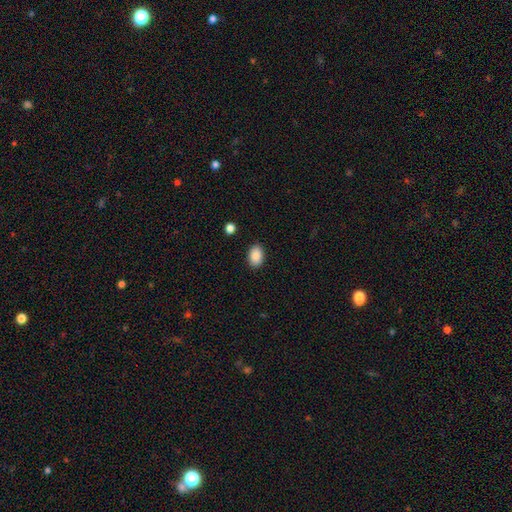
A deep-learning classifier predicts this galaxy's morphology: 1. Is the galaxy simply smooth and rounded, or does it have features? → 89% smooth, 7% star or artifact, 4% featured or disk.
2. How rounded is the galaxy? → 88% in between, 11% round, 1% cigar-shaped.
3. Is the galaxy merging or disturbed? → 89% none, 8% minor disturbance, 2% major disturbance, 1% merger.